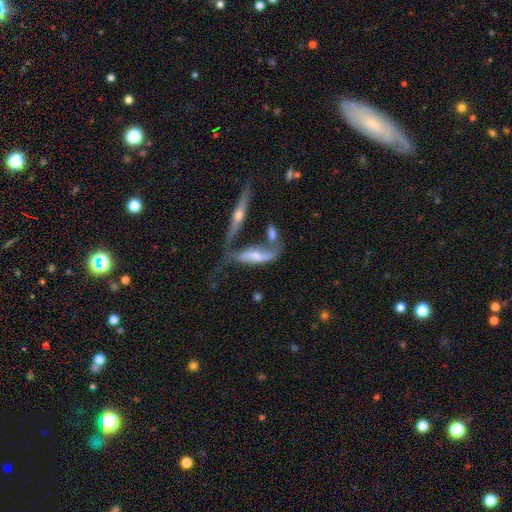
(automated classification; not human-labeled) Smooth or featured?
  - featured or disk: 61% *
  - smooth: 32%
  - star or artifact: 8%
Edge-on disk?
  - yes: 58% *
  - no: 42%
Merging?
  - merger: 39% *
  - none: 29%
  - minor disturbance: 17%
  - major disturbance: 15%